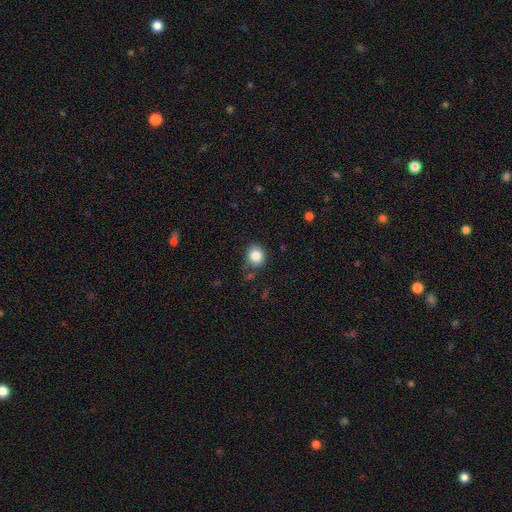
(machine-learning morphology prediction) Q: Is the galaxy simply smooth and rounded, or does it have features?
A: smooth — 85%.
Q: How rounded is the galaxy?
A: round — 77%.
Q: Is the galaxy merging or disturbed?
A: none — 79%.